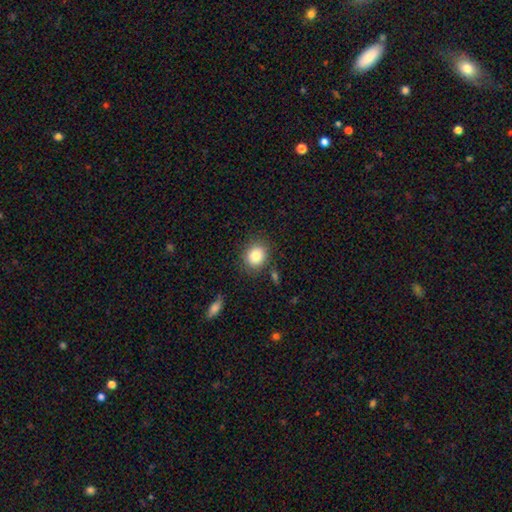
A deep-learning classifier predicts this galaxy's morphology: smooth_or_featured: smooth (p=0.84) [alt: star or artifact p=0.09]
how_rounded: round (p=0.71) [alt: in between p=0.28]
merging: none (p=0.82) [alt: minor disturbance p=0.11]